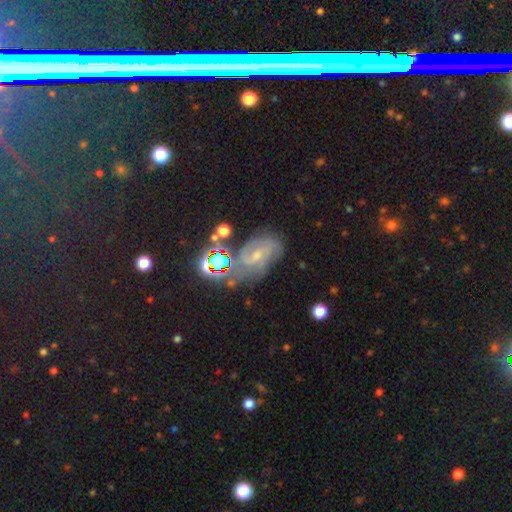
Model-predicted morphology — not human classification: Q: Smooth or featured?
A: featured or disk (66%); runner-up: star or artifact (21%)
Q: Edge-on disk?
A: no (96%); runner-up: yes (4%)
Q: Bar?
A: weak (50%); runner-up: no (32%)
Q: Spiral arms?
A: yes (92%); runner-up: no (8%)
Q: Spiral winding?
A: medium (46%); runner-up: tight (38%)
Q: Spiral arm count?
A: 2 (53%); runner-up: can't tell (22%)
Q: Bulge size?
A: small (62%); runner-up: moderate (32%)
Q: Merging?
A: none (59%); runner-up: minor disturbance (22%)